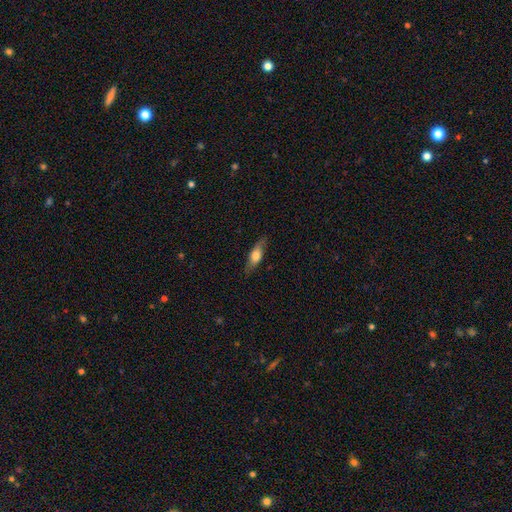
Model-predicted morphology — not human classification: Overall: smooth (60%; featured or disk 34%). How rounded: in between (55%; cigar-shaped 42%). Merging: none (81%).